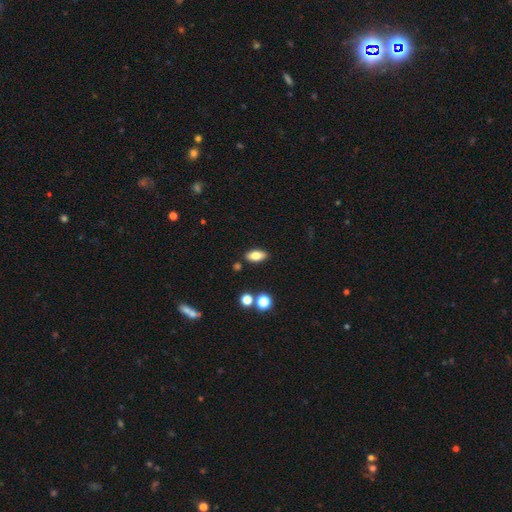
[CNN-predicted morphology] Overall: smooth (77%). How rounded: in between (87%). Merging: none (86%).